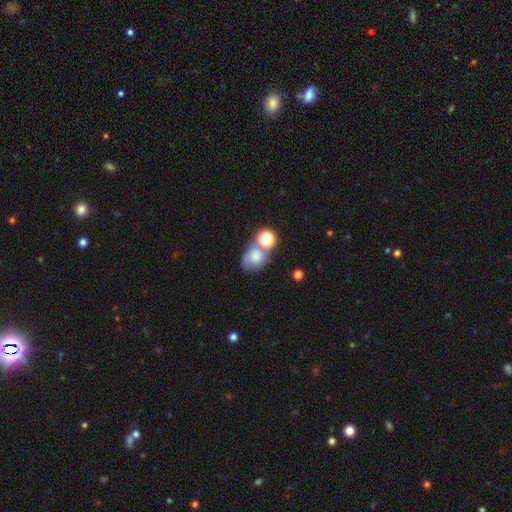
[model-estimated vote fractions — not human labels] Smooth or featured? smooth (65%)
How rounded? in between (51%)
Merging? merger (40%)